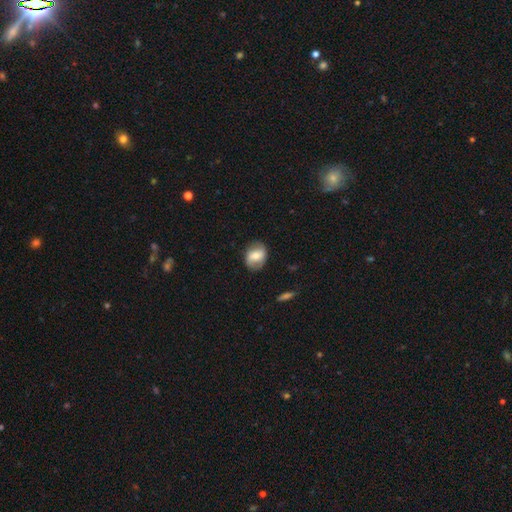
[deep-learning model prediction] Smooth or featured? Predicted: smooth (p=0.58). How rounded? Predicted: in between (p=0.58). Merging? Predicted: none (p=0.79).